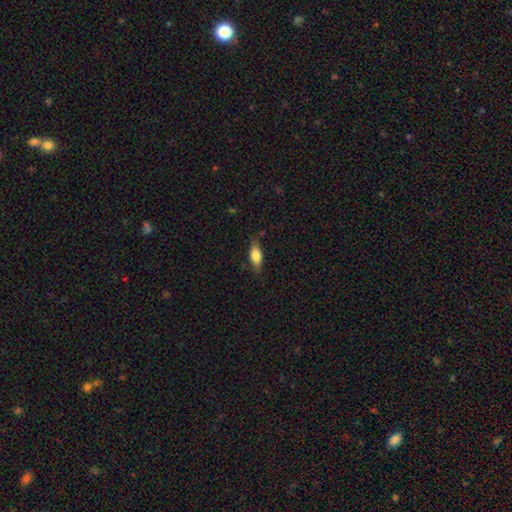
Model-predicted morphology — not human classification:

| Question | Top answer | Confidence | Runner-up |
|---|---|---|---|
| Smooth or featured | smooth | 66% | featured or disk (27%) |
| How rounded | in between | 72% | cigar-shaped (24%) |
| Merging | none | 75% | minor disturbance (20%) |